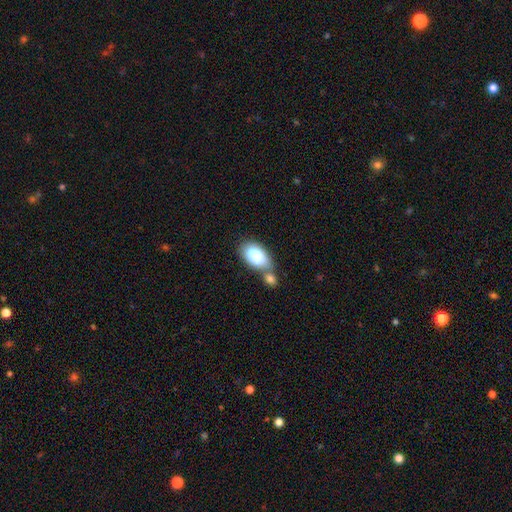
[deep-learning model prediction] This is clearly a smooth galaxy (83%). How rounded: clearly in between (93%). Merging: possibly merger (47%).